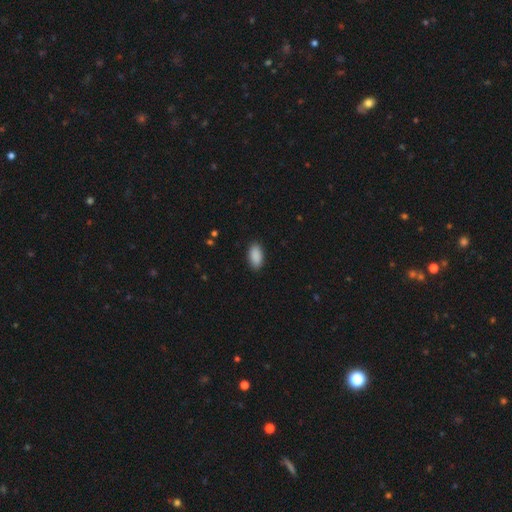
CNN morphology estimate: The model was most divided on "merging": none: 89%, minor disturbance: 8%, major disturbance: 2%, merger: 1%. More confident: how rounded — in between (94%); smooth or featured — smooth (91%).